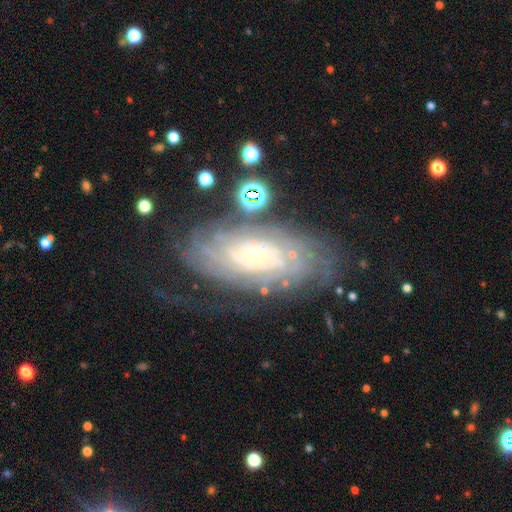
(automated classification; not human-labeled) Q: Smooth or featured?
A: featured or disk (82%); runner-up: smooth (10%)
Q: Edge-on disk?
A: no (94%); runner-up: yes (6%)
Q: Bar?
A: no (79%); runner-up: weak (16%)
Q: Spiral arms?
A: yes (95%); runner-up: no (5%)
Q: Spiral winding?
A: tight (78%); runner-up: medium (17%)
Q: Spiral arm count?
A: can't tell (47%); runner-up: more than 4 (17%)
Q: Bulge size?
A: small (81%); runner-up: moderate (12%)
Q: Merging?
A: none (67%); runner-up: minor disturbance (19%)